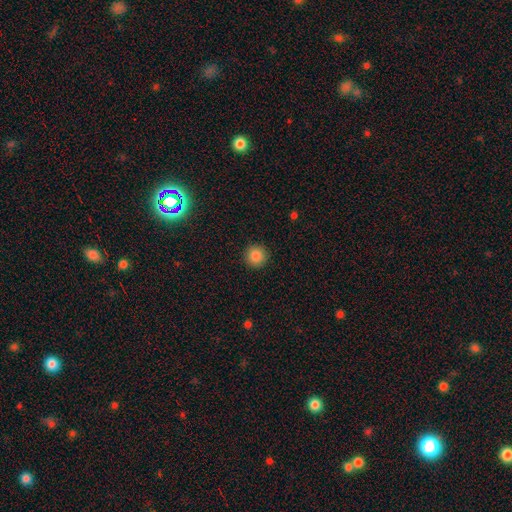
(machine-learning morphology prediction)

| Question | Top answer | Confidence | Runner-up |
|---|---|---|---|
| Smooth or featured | smooth | 86% | star or artifact (10%) |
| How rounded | round | 95% | in between (4%) |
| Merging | none | 92% | minor disturbance (5%) |